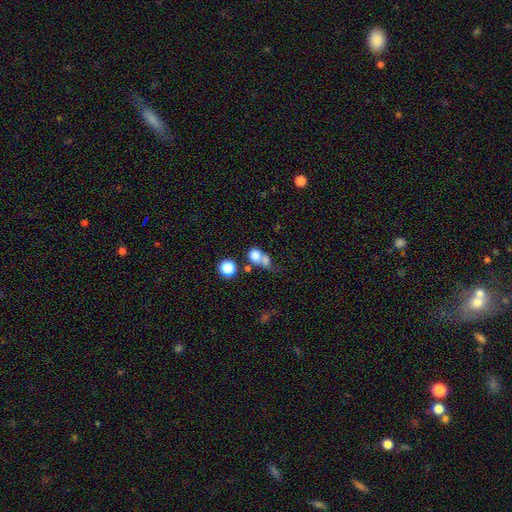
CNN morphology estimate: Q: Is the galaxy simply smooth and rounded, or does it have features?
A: smooth — 75%.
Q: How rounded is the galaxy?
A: round — 70%.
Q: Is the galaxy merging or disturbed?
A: merger — 52%.